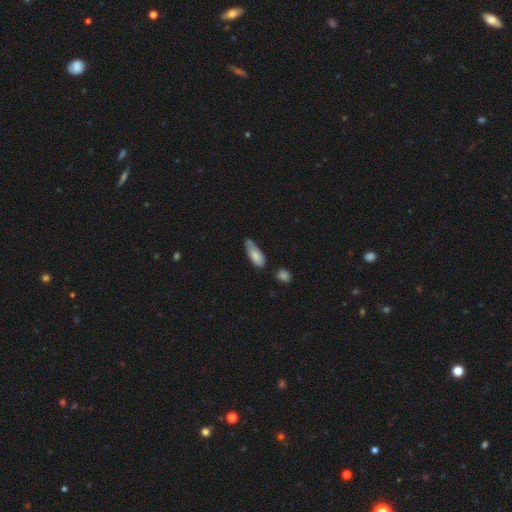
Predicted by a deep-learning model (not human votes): Smooth or featured?
  - smooth: 79% *
  - featured or disk: 15%
  - star or artifact: 7%
How rounded?
  - in between: 72% *
  - cigar-shaped: 26%
  - round: 2%
Merging?
  - minor disturbance: 40% *
  - none: 39%
  - major disturbance: 12%
  - merger: 8%